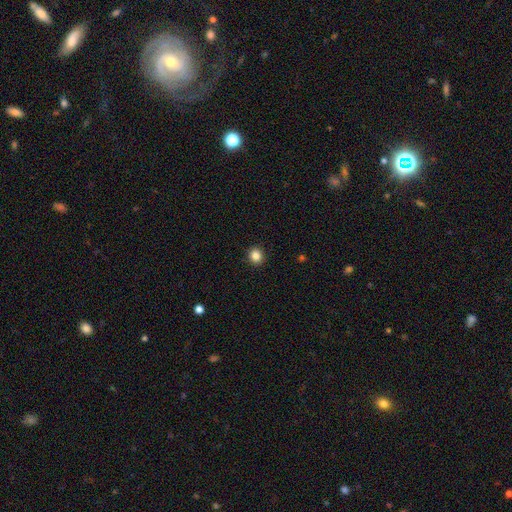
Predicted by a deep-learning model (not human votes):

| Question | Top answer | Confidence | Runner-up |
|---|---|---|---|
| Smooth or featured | smooth | 85% | star or artifact (11%) |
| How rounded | round | 90% | in between (9%) |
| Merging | none | 93% | minor disturbance (5%) |